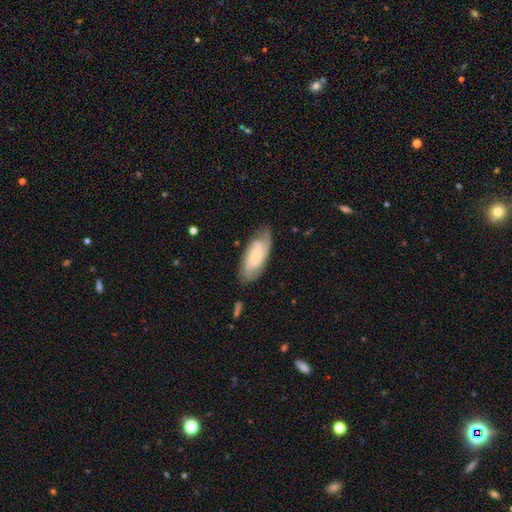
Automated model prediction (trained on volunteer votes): featured or disk 71%, smooth 23%, star or artifact 6%. Down the decision tree: edge-on disk — no (92%); bar — no (65%); spiral arms — yes (94%); spiral arm count — 2 (52%); spiral winding — tight (52%); bulge size — small (71%); merging — none (76%).